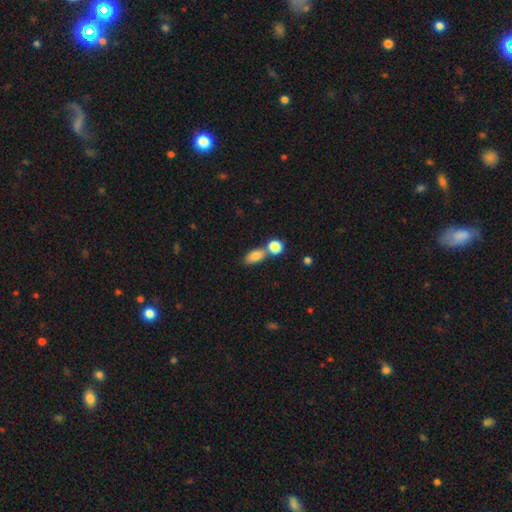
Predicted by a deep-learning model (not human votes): Smooth or featured? Predicted: smooth (p=0.82). How rounded? Predicted: in between (p=0.82). Merging? Predicted: none (p=0.51).